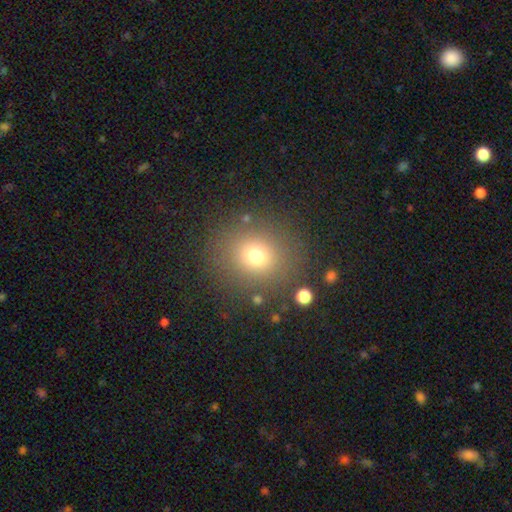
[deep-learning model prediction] smooth 72%, star or artifact 18%, featured or disk 10%. Down the decision tree: how rounded — round (82%); merging — none (84%).